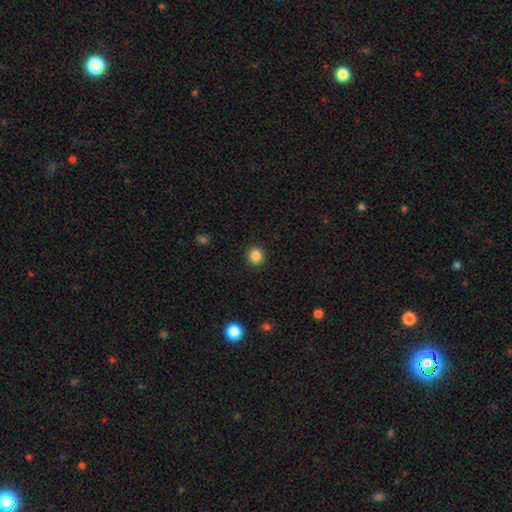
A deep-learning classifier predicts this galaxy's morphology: This appears to be a smooth galaxy with no disk features (86%) that is round (88%). Merging: none (92%).